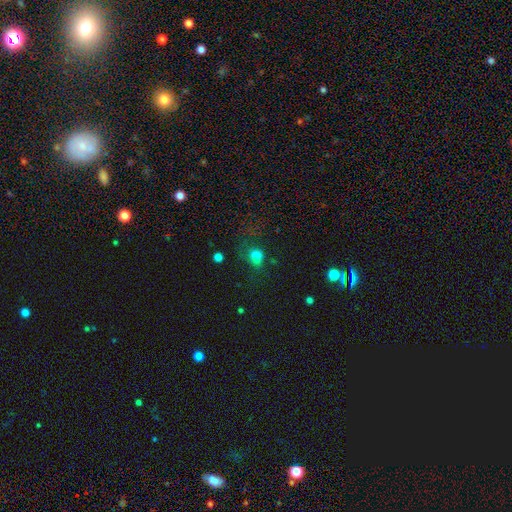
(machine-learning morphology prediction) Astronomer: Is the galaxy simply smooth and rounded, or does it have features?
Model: smooth — 69%.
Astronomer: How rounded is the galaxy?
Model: round — 55% (runner-up: in between, 43%).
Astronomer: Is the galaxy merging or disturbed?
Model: none — 39% (runner-up: major disturbance, 29%).